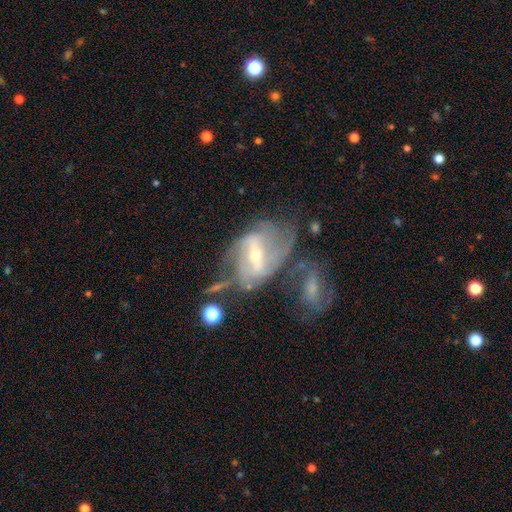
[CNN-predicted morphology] Q: Smooth or featured?
A: featured or disk (84%); runner-up: smooth (9%)
Q: Edge-on disk?
A: no (95%); runner-up: yes (5%)
Q: Bar?
A: strong (59%); runner-up: weak (31%)
Q: Spiral arms?
A: yes (86%); runner-up: no (14%)
Q: Spiral winding?
A: medium (42%); runner-up: loose (33%)
Q: Spiral arm count?
A: 2 (60%); runner-up: can't tell (21%)
Q: Bulge size?
A: small (62%); runner-up: moderate (34%)
Q: Merging?
A: none (39%); runner-up: major disturbance (25%)